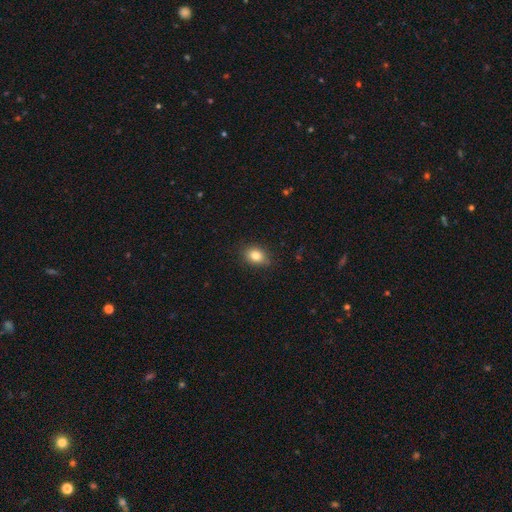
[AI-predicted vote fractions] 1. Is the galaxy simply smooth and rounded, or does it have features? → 83% smooth, 10% star or artifact, 8% featured or disk.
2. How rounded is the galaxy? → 68% in between, 31% round, 1% cigar-shaped.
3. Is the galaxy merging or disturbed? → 84% none, 13% minor disturbance, 3% major disturbance, 1% merger.